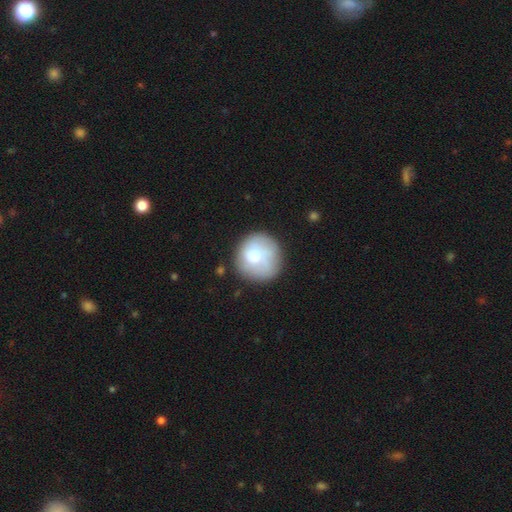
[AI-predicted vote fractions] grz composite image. It shows a smooth galaxy with no disk features (65%) that is round (90%). Merging: none (70%).